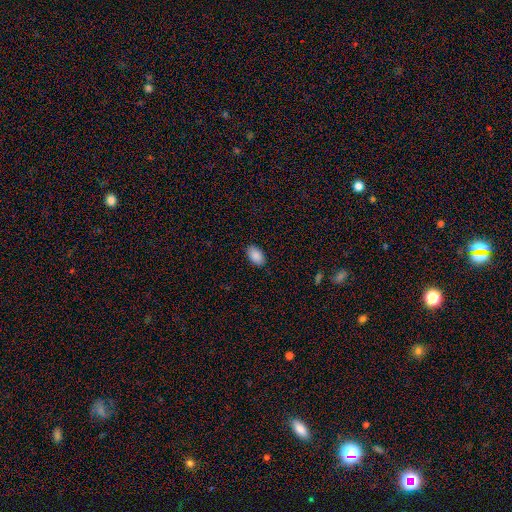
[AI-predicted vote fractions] Overall: smooth (89%). How rounded: in between (92%). Merging: none (88%).